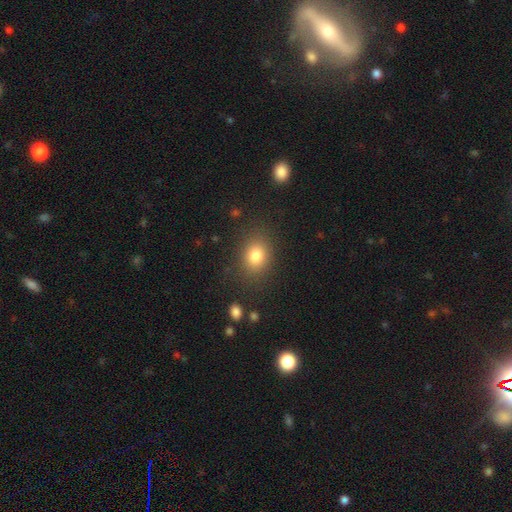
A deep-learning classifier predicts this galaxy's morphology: type=smooth (81%); roundness=in between (57%); merging=none (83%).